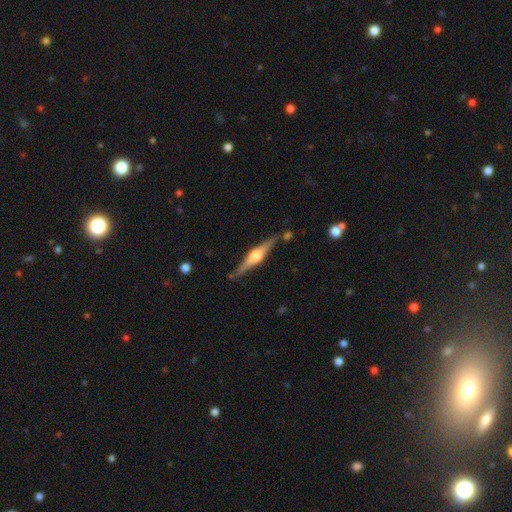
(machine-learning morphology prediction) A featured or disk galaxy (83%) viewed edge-on (98%) with a rounded central bulge (93%).

Vote fractions:
- Smooth or featured? featured or disk: 83% / smooth: 13% / star or artifact: 5%
- Edge-on disk? yes: 98% / no: 2%
- Edge-on bulge? rounded: 93% / boxy: 6% / none: 2%
- Merging? none: 82% / minor disturbance: 11% / merger: 4% / major disturbance: 2%